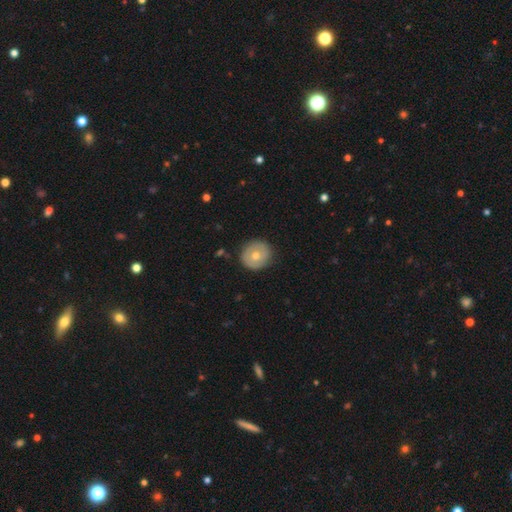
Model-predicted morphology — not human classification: This appears to be a smooth galaxy with no disk features (54%) that is round (89%). Merging: none (85%).